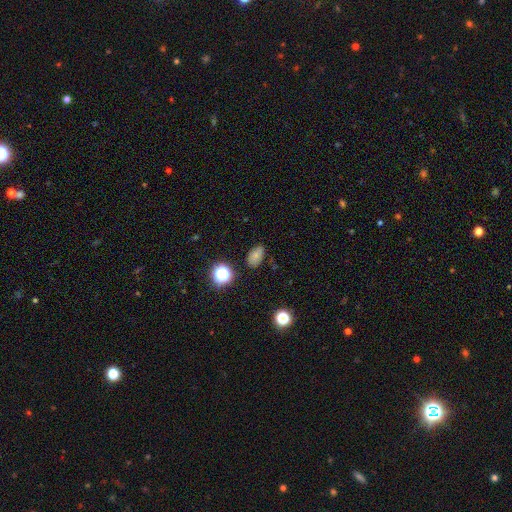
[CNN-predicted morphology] Smooth or featured: smooth — 72% (star or artifact — 16%)
How rounded: in between — 86% (round — 13%)
Merging: none — 82% (minor disturbance — 13%)